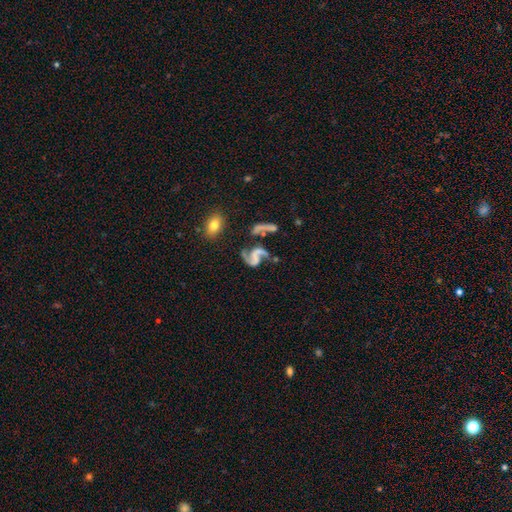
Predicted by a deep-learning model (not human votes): featured or disk 84%, smooth 9%, star or artifact 8%. Down the decision tree: edge-on disk — no (97%); bar — no (50%); spiral arms — yes (93%); spiral arm count — 2 (88%); spiral winding — loose (64%); bulge size — none (61%); merging — none (43%).